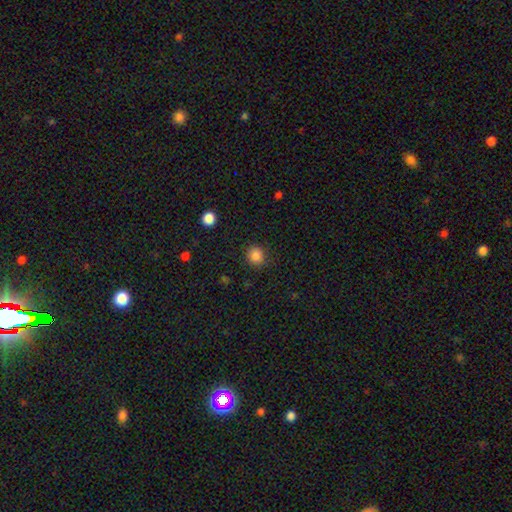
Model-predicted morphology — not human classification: This appears to be a smooth galaxy with no disk features (85%) that is round (85%). Merging: none (87%).